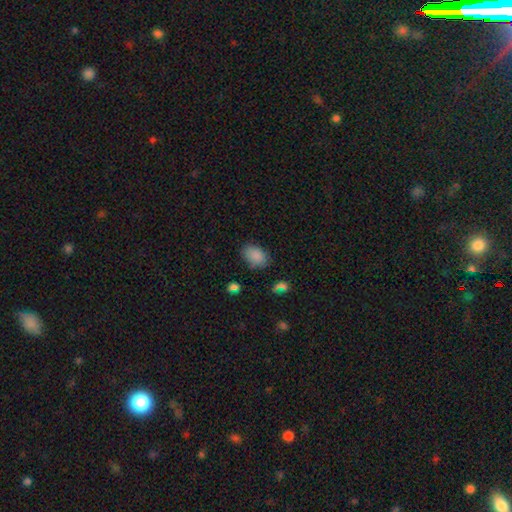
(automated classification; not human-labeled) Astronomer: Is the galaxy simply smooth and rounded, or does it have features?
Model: smooth — 83%.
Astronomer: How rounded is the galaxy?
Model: in between — 84%.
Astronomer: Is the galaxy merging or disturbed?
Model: none — 78%.